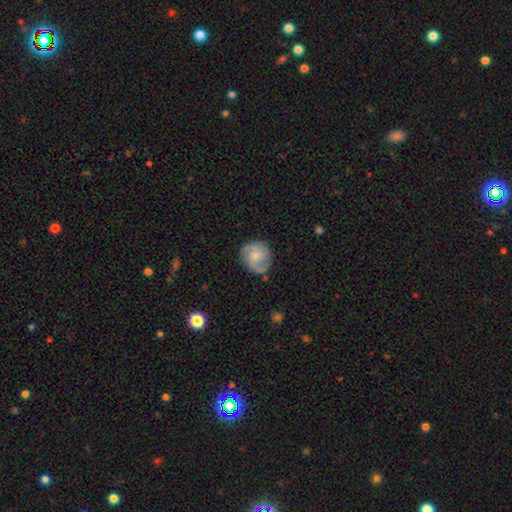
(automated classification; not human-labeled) Smooth or featured? featured or disk (61%)
Edge-on disk? no (98%)
Bar? no (69%)
Spiral arms? yes (92%)
Spiral winding? medium (45%)
Spiral arm count? 2 (61%)
Bulge size? small (51%)
Merging? none (74%)